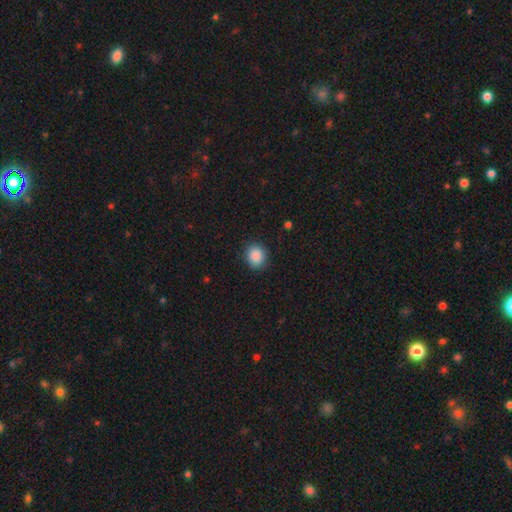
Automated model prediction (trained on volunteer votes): smooth_or_featured: smooth (p=0.88) [alt: star or artifact p=0.09]
how_rounded: round (p=0.74) [alt: in between p=0.25]
merging: none (p=0.88) [alt: minor disturbance p=0.09]